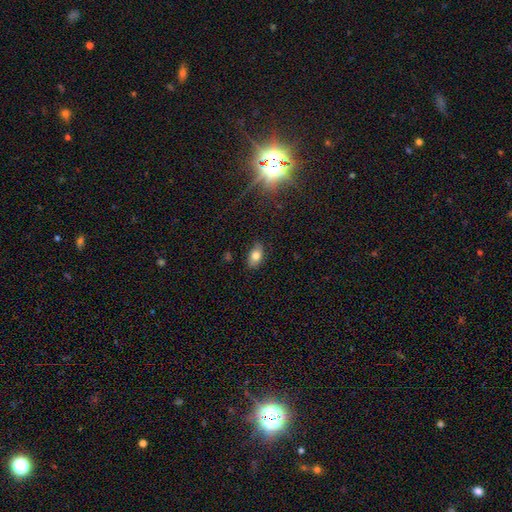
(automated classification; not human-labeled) Morphology: type=smooth (79%); roundness=in between (89%); merging=none (78%).